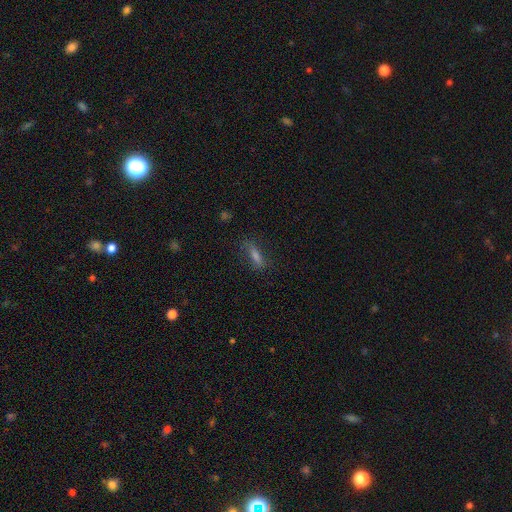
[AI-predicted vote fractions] Smooth or featured? Predicted: smooth (p=0.56). How rounded? Predicted: cigar-shaped (p=0.61). Merging? Predicted: none (p=0.73).